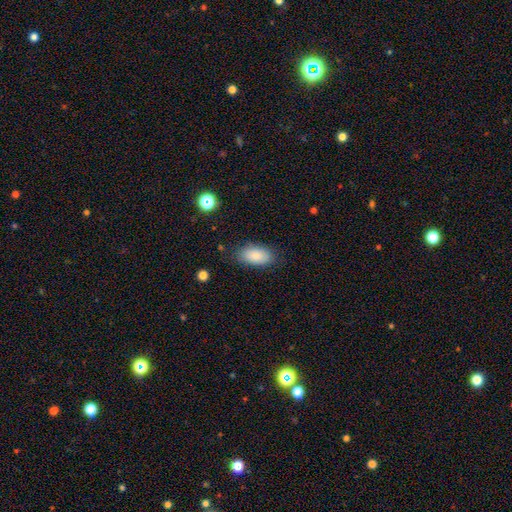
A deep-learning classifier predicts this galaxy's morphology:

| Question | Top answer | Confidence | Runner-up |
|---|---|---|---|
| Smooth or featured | smooth | 84% | featured or disk (8%) |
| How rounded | in between | 94% | round (4%) |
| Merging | none | 81% | minor disturbance (14%) |